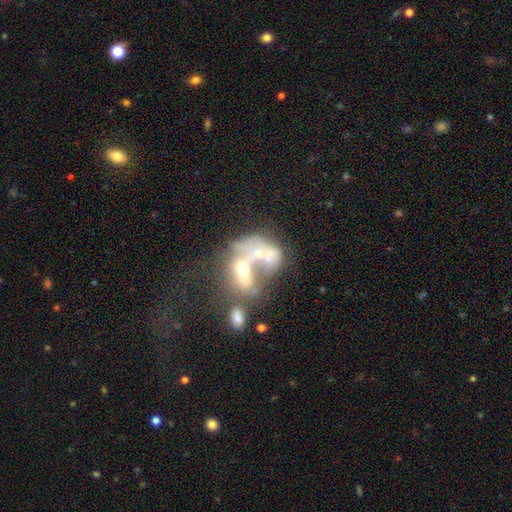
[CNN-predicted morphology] smooth_or_featured: featured or disk (p=0.62) [alt: smooth p=0.23]
disk_edge_on: no (p=0.96) [alt: yes p=0.04]
bar: no (p=0.84) [alt: weak p=0.11]
has_spiral_arms: no (p=0.83) [alt: yes p=0.17]
bulge_size: moderate (p=0.46) [alt: small p=0.25]
merging: merger (p=0.68) [alt: major disturbance p=0.17]